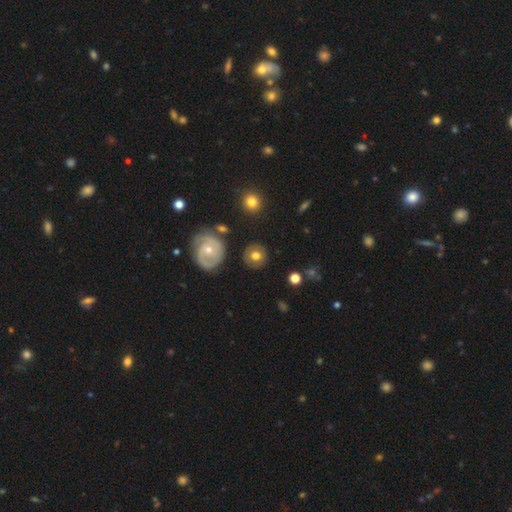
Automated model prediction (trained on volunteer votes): Overall: smooth (67%). How rounded: round (89%). Merging: none (84%).